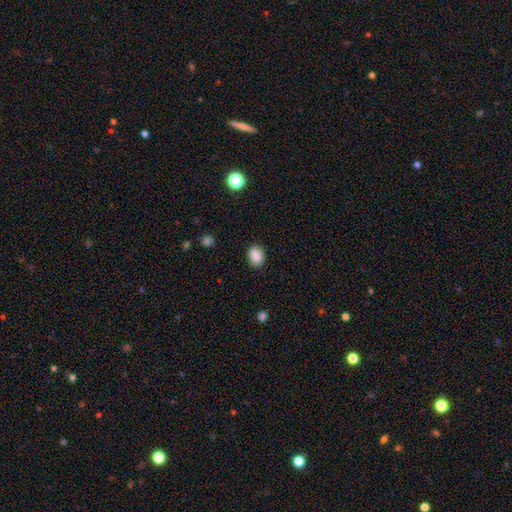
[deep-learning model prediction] Smooth or featured: smooth — 87% (star or artifact — 9%)
How rounded: in between — 68% (round — 31%)
Merging: none — 87% (minor disturbance — 9%)